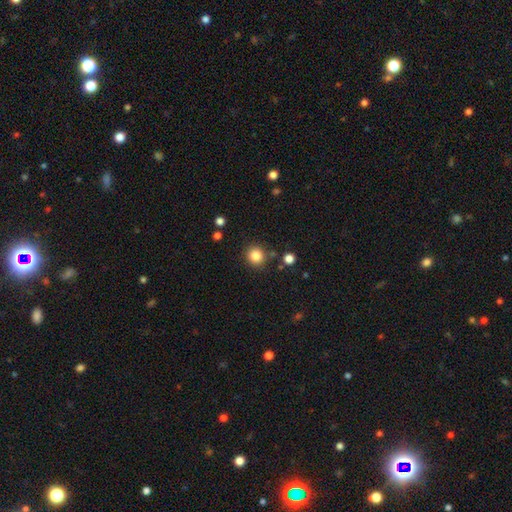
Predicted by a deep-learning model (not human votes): The model was most divided on "smooth or featured": smooth: 85%, star or artifact: 11%, featured or disk: 4%. More confident: how rounded — round (91%); merging — none (85%).